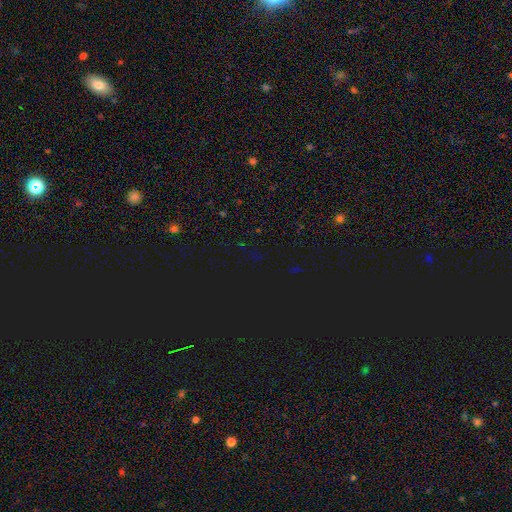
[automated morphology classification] Smooth or featured?
  - star or artifact: 78% *
  - smooth: 15%
  - featured or disk: 6%